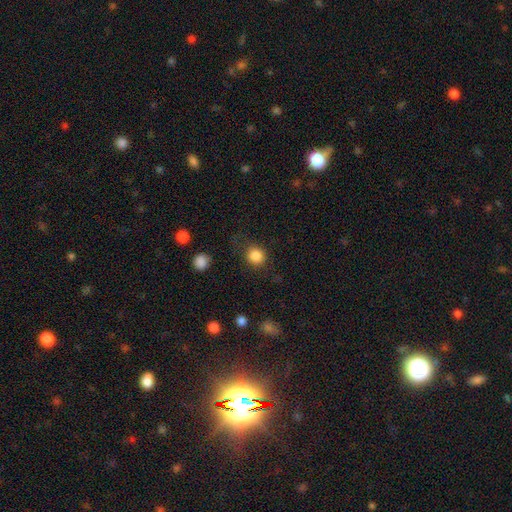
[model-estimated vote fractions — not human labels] smooth-or-featured: smooth: 86% | star or artifact: 10% | featured or disk: 4%
  how-rounded: round: 88% | in between: 11% | cigar-shaped: 1%
  merging: none: 82% | minor disturbance: 11% | major disturbance: 5% | merger: 2%